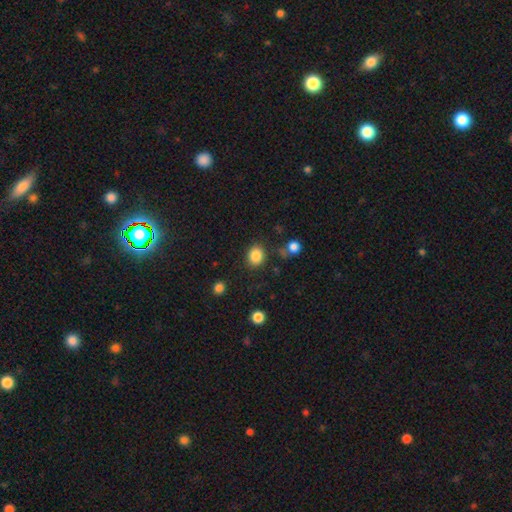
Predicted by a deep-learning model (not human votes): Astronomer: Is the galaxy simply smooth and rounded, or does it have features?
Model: smooth — 85%.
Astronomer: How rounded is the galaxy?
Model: round — 65%.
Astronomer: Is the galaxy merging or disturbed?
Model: none — 81%.